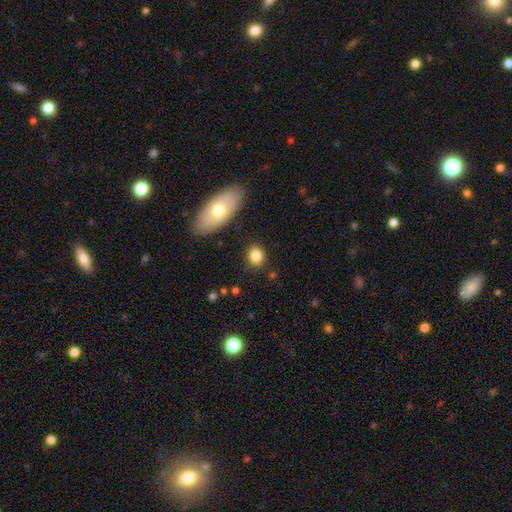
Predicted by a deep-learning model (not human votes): Morphology: type=smooth (84%); roundness=round (56%); merging=none (86%).